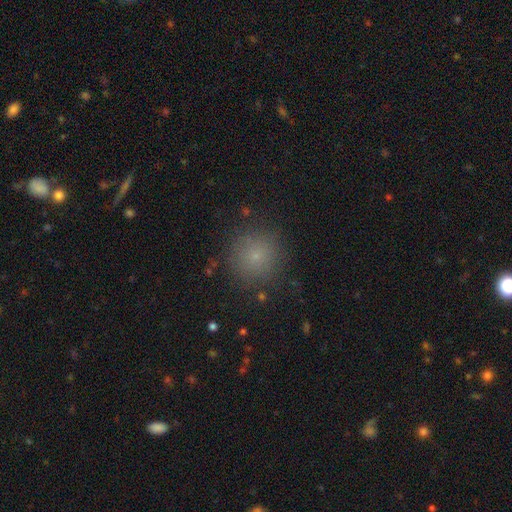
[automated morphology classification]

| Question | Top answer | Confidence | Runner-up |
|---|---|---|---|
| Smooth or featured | smooth | 74% | star or artifact (18%) |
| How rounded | round | 94% | in between (5%) |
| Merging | none | 86% | minor disturbance (9%) |